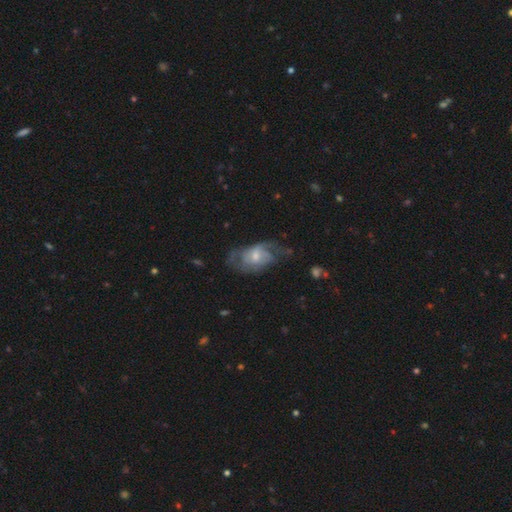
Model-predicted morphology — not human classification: smooth-or-featured: featured or disk: 64% | smooth: 29% | star or artifact: 7%
  disk-edge-on: no: 95% | yes: 5%
    bar: no: 55% | weak: 39% | strong: 6%
    has-spiral-arms: yes: 75% | no: 25%
    bulge-size: moderate: 48% | small: 41% | large: 6% | none: 5% | dominant: 1%
  merging: none: 42% | major disturbance: 29% | minor disturbance: 26% | merger: 2%